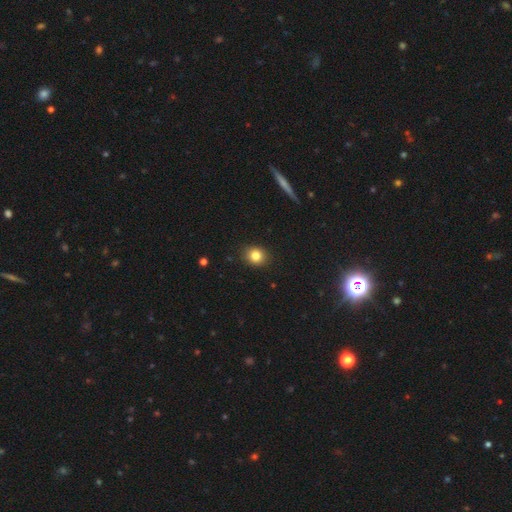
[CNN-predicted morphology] A smooth galaxy with no disk features (83%) that is round (73%).

Vote fractions:
- Smooth or featured? smooth: 83% / star or artifact: 11% / featured or disk: 6%
- How rounded? round: 73% / in between: 26% / cigar-shaped: 1%
- Merging? none: 90% / minor disturbance: 7% / major disturbance: 2% / merger: 1%